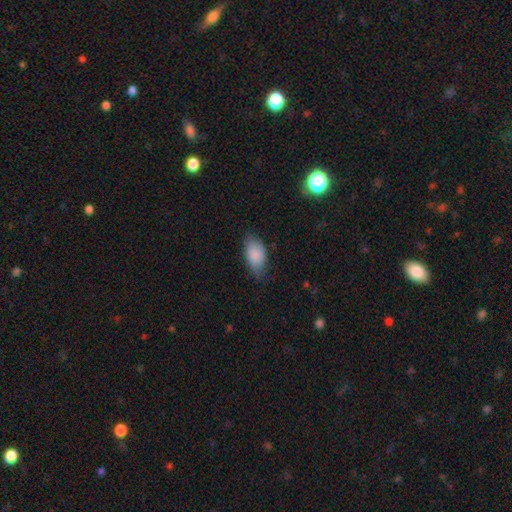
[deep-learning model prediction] smooth 86%, featured or disk 8%, star or artifact 6%. Down the decision tree: how rounded — in between (93%); merging — none (65%).